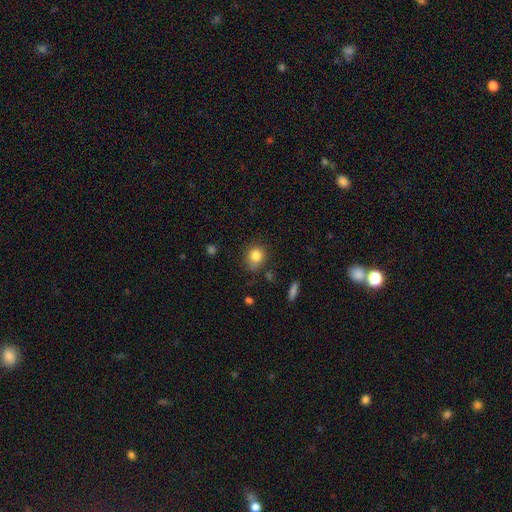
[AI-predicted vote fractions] smooth 82%, star or artifact 10%, featured or disk 7%. Down the decision tree: how rounded — round (68%); merging — none (73%).